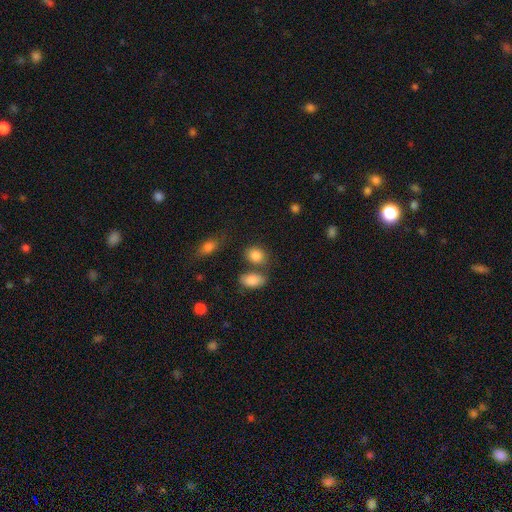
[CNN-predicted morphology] smooth_or_featured: smooth (p=0.85) [alt: star or artifact p=0.09]
how_rounded: in between (p=0.54) [alt: round p=0.44]
merging: none (p=0.61) [alt: merger p=0.21]